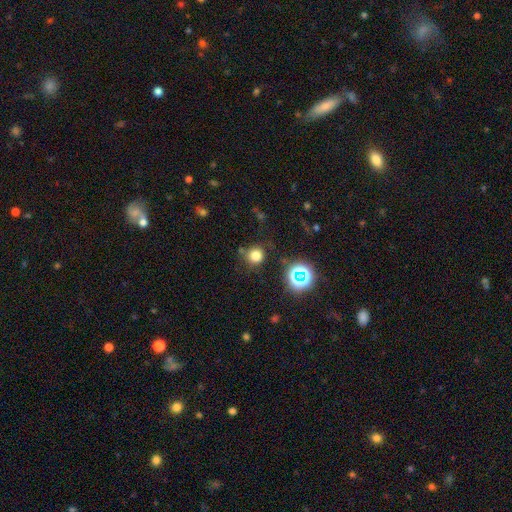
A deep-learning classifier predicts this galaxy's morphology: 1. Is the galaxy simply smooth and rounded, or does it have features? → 74% smooth, 20% star or artifact, 6% featured or disk.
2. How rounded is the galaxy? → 92% round, 7% in between, 1% cigar-shaped.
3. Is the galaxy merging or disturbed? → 81% none, 11% minor disturbance, 5% merger, 4% major disturbance.